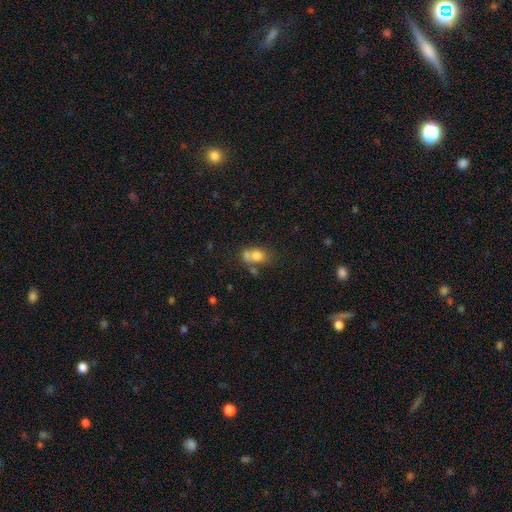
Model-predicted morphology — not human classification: type=smooth (73%); roundness=in between (57%); merging=merger (41%).